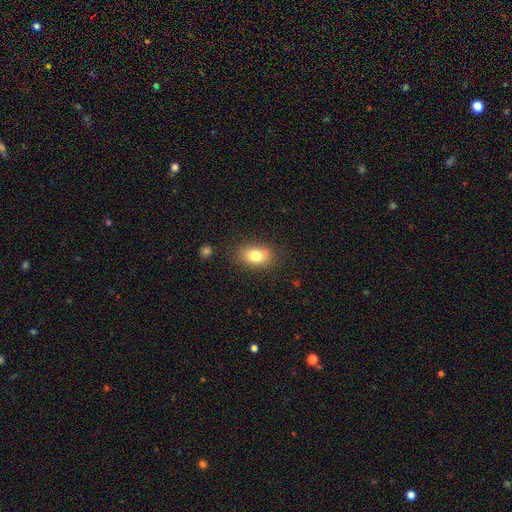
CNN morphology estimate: type=smooth (80%); roundness=in between (82%); merging=none (83%).